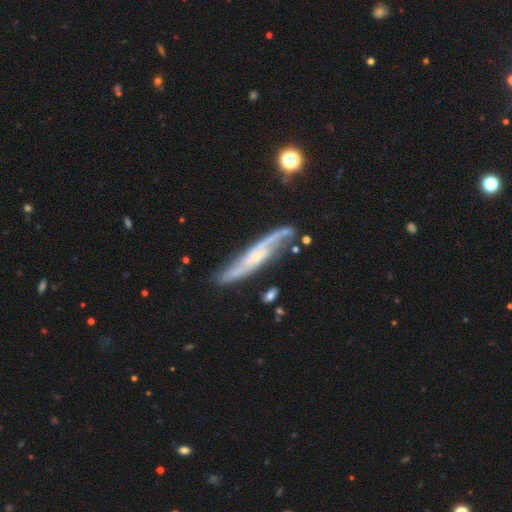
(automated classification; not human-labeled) This is clearly a featured or disk galaxy (80%). It is possibly not viewed edge-on (59%). Merging: likely none (67%).